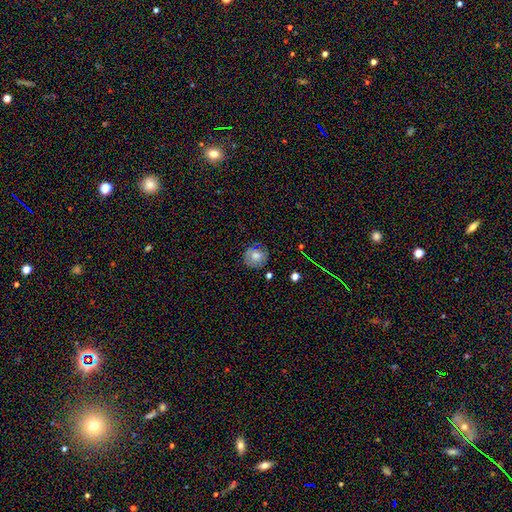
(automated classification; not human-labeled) smooth 62%, featured or disk 22%, star or artifact 16%. Down the decision tree: how rounded — round (86%); merging — none (80%).